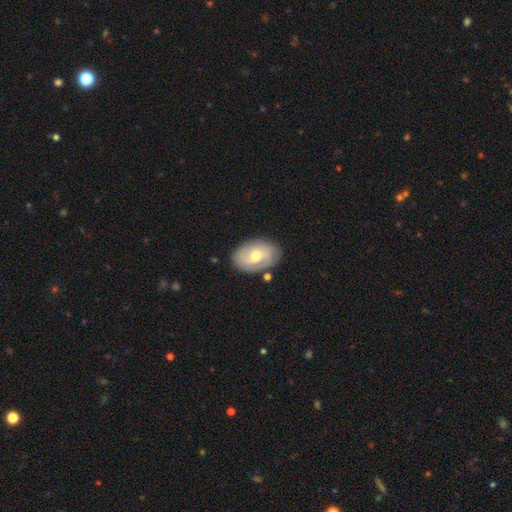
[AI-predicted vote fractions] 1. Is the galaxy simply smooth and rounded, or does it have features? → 65% featured or disk, 29% smooth, 6% star or artifact.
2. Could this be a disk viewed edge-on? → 96% no, 4% yes.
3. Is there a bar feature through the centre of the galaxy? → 60% no, 34% weak, 6% strong.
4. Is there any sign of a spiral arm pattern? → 87% yes, 13% no.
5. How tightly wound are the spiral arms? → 51% tight, 36% medium, 13% loose.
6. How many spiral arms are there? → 51% 2, 25% can't tell, 13% 3, 5% 1, 3% 4, 2% more than 4.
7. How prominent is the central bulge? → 56% moderate, 39% small, 3% large, 1% none, 1% dominant.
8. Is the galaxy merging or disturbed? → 78% none, 15% minor disturbance, 4% major disturbance, 3% merger.